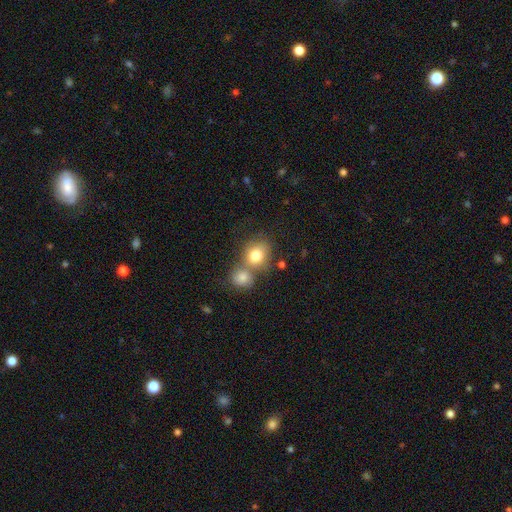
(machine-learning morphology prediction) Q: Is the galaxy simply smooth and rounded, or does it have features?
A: smooth — 79%.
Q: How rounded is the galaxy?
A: round — 66%.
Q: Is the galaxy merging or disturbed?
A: merger — 46%.